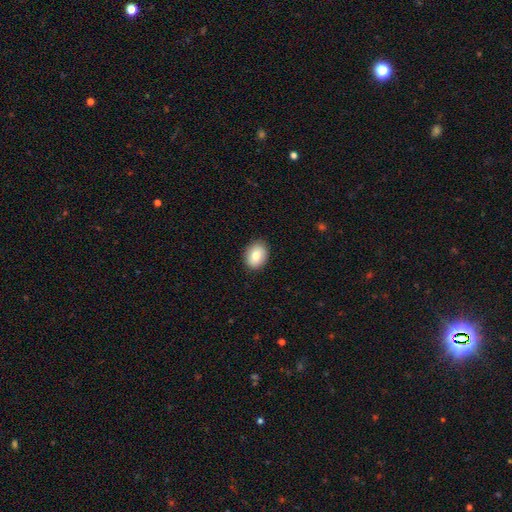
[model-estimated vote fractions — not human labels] Smooth or featured? smooth (81%)
How rounded? in between (64%)
Merging? none (89%)